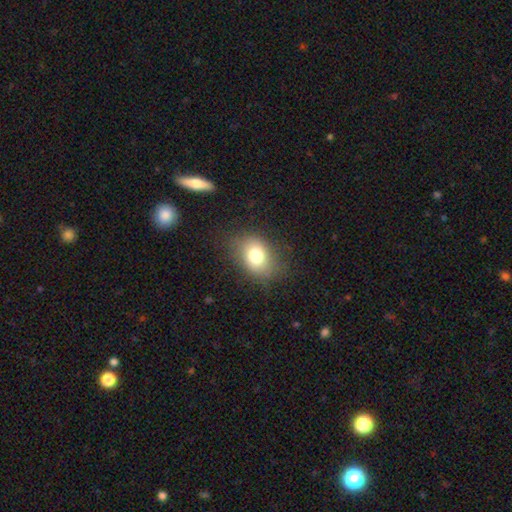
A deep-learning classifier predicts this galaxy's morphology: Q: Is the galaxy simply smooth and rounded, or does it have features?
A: smooth — 75%.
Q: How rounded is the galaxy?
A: in between — 64%.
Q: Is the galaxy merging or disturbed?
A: none — 79%.